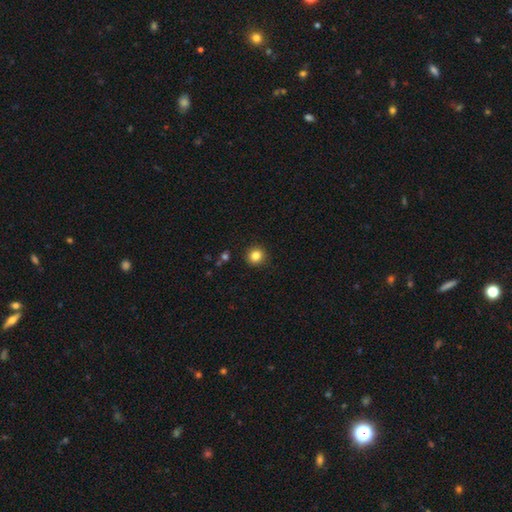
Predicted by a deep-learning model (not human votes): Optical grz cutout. It shows a smooth galaxy with no disk features (84%) that is round (92%). Merging: none (90%).